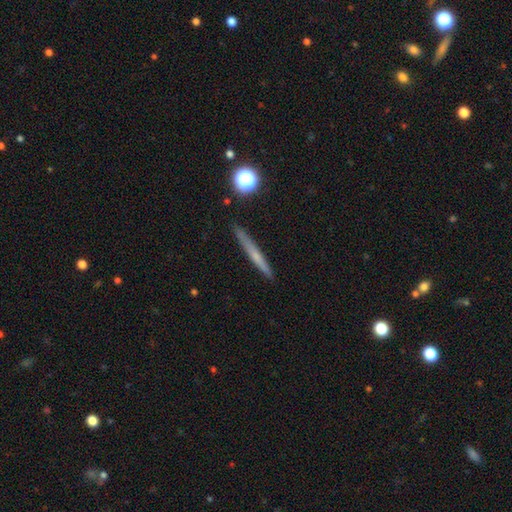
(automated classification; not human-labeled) Overall: smooth (47%; featured or disk 45%). Merging: none (90%).